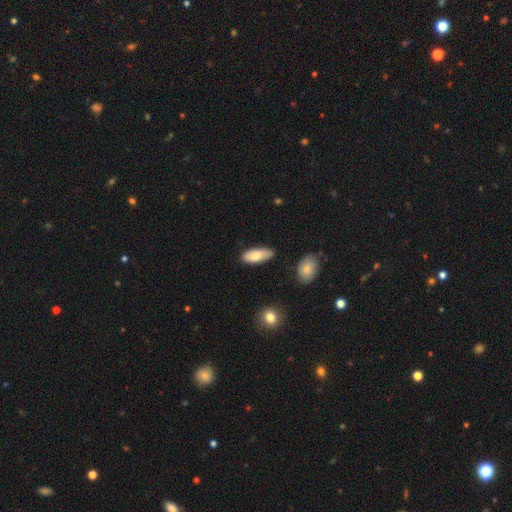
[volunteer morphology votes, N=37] Volunteers were most divided on "smooth or featured": smooth: 86%, featured or disk: 11%, star or artifact: 3%. More confident: how rounded — in between (97%); merging — none (89%).